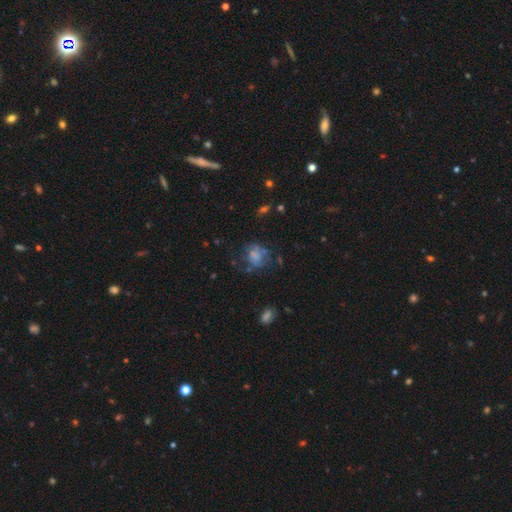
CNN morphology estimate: Q: Smooth or featured?
A: smooth (52%); runner-up: featured or disk (34%)
Q: How rounded?
A: round (59%); runner-up: in between (40%)
Q: Merging?
A: none (45%); runner-up: major disturbance (24%)